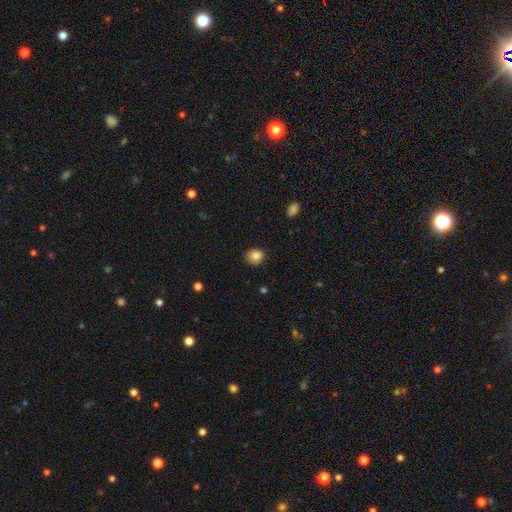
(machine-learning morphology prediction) This appears to be a smooth galaxy with no disk features (84%) that is round (70%). Merging: none (83%).